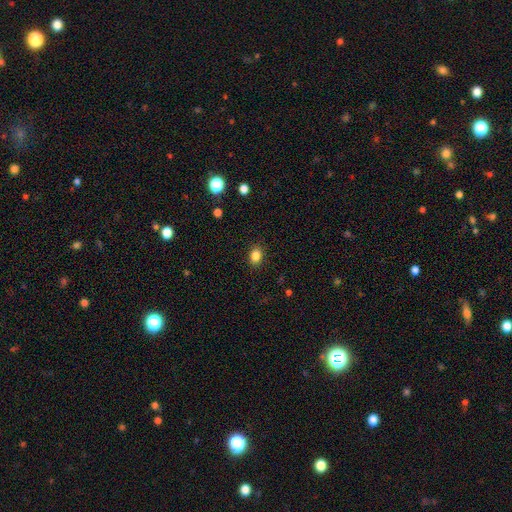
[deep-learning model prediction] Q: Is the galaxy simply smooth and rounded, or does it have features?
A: smooth — 85%.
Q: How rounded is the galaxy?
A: in between — 68%.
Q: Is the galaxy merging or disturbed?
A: none — 88%.